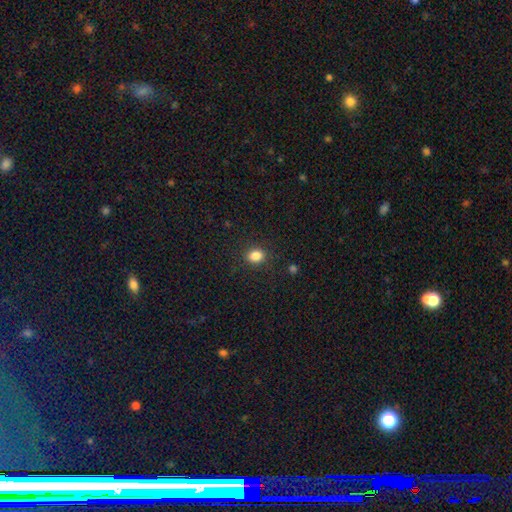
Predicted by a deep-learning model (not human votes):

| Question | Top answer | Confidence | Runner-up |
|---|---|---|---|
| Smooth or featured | smooth | 85% | star or artifact (11%) |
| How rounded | round | 53% | in between (46%) |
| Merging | none | 87% | minor disturbance (8%) |